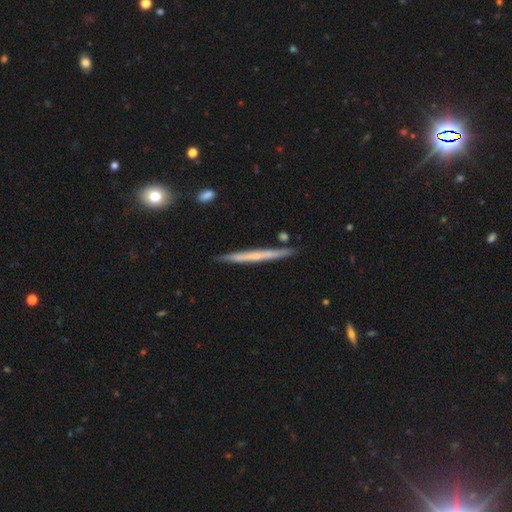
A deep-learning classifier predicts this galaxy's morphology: smooth-or-featured: featured or disk: 56% | smooth: 38% | star or artifact: 6%
  disk-edge-on: yes: 97% | no: 3%
    edge-on-bulge: none: 74% | rounded: 22% | boxy: 4%
  merging: none: 88% | minor disturbance: 9% | merger: 2% | major disturbance: 1%